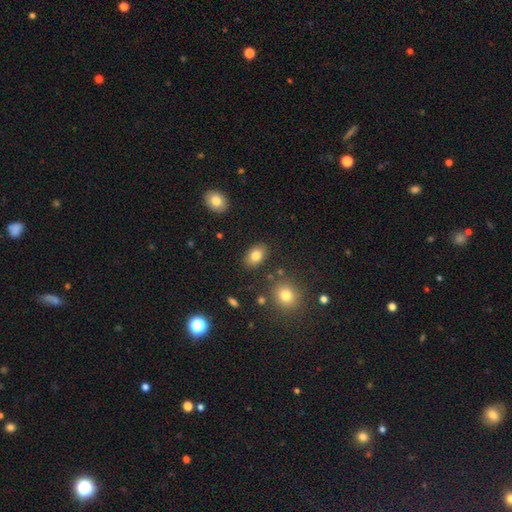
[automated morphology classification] smooth-or-featured: smooth: 81% | featured or disk: 10% | star or artifact: 9%
  how-rounded: in between: 85% | round: 14% | cigar-shaped: 1%
  merging: none: 84% | minor disturbance: 10% | merger: 3% | major disturbance: 3%